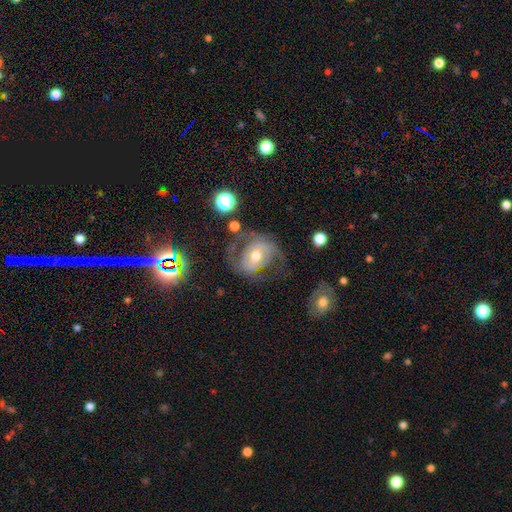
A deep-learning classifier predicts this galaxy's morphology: This is likely a featured or disk galaxy (66%). It is clearly not viewed edge-on (96%). Bar: marginally no (43%). Spiral arm pattern: likely yes (69%). Central bulge: likely moderate (69%). Merging: possibly none (49%).